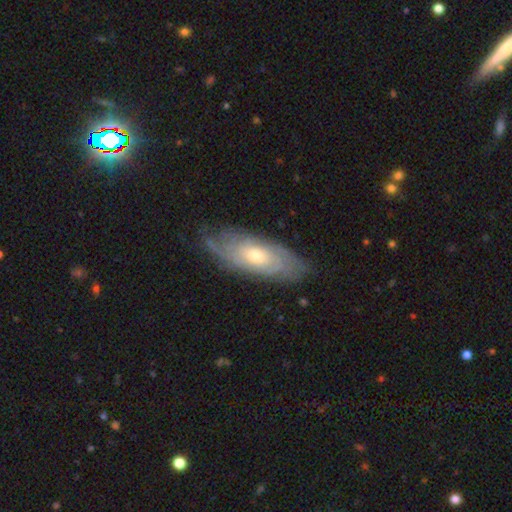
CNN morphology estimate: Overall: featured or disk (75%). Edge-on disk: no (86%). Bar: no (71%). Spiral arms: yes (90%). Spiral arm count: can't tell (58%). Spiral winding: tight (70%). Bulge size: moderate (64%; small 28%). Merging: none (74%).